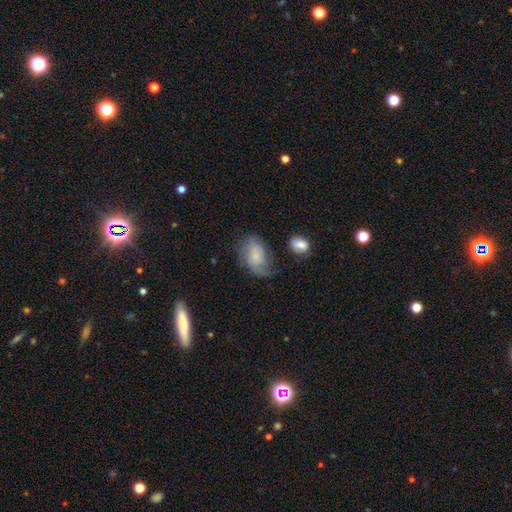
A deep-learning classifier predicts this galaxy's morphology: Smooth or featured? Predicted: smooth (p=0.48). Merging? Predicted: none (p=0.49).